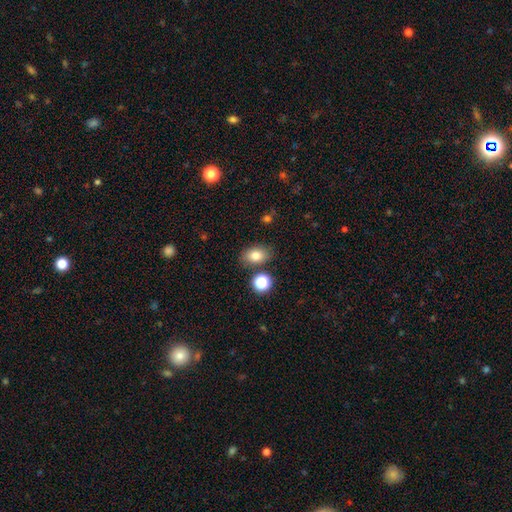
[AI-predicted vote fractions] Q: Smooth or featured?
A: smooth (80%); runner-up: star or artifact (11%)
Q: How rounded?
A: in between (77%); runner-up: round (22%)
Q: Merging?
A: none (78%); runner-up: minor disturbance (12%)